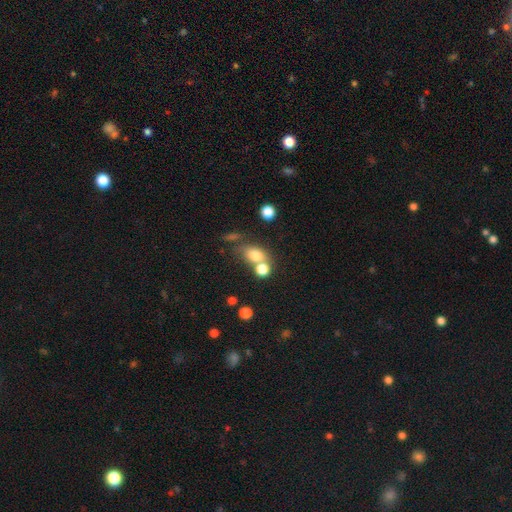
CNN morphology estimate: Smooth or featured? Predicted: smooth (p=0.75). How rounded? Predicted: in between (p=0.59). Merging? Predicted: none (p=0.43).